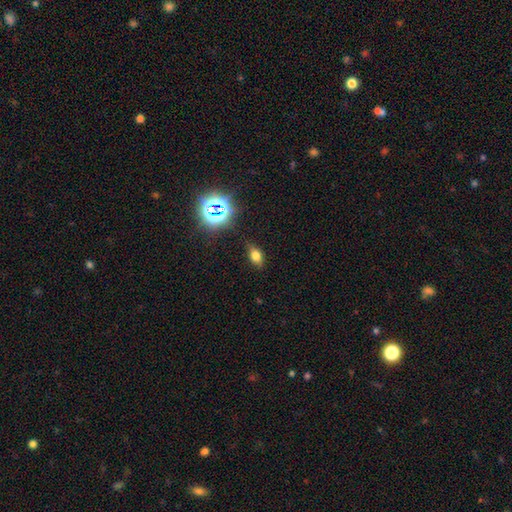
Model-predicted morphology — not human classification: Smooth or featured?
  - smooth: 67% *
  - star or artifact: 22%
  - featured or disk: 12%
How rounded?
  - in between: 80% *
  - round: 15%
  - cigar-shaped: 5%
Merging?
  - none: 80% *
  - minor disturbance: 15%
  - major disturbance: 4%
  - merger: 2%